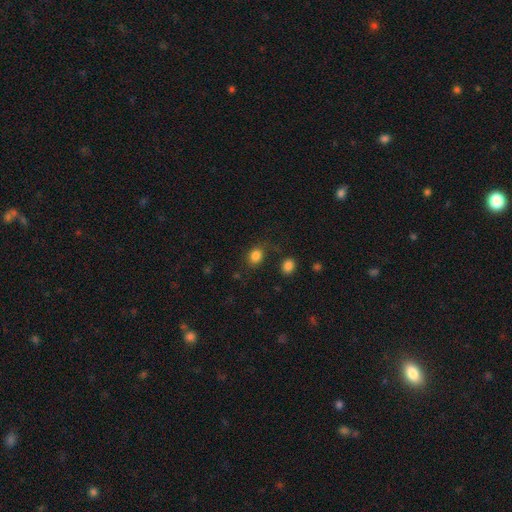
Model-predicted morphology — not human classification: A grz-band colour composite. It shows a smooth galaxy with no disk features (84%) that is round (53%). Merging: none (76%).